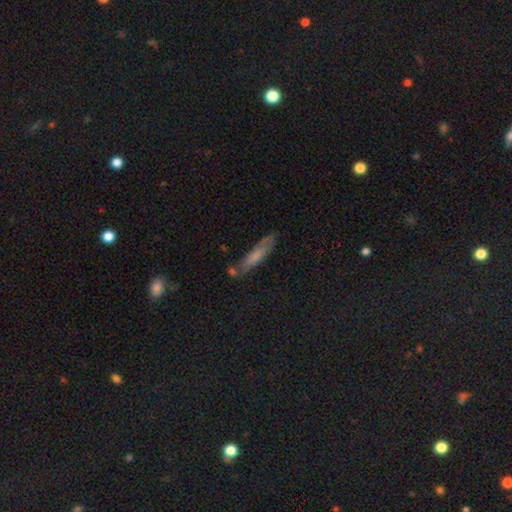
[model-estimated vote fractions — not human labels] The model was most divided on "smooth or featured": smooth: 62%, featured or disk: 30%, star or artifact: 8%. More confident: how rounded — cigar-shaped (81%); merging — none (68%).